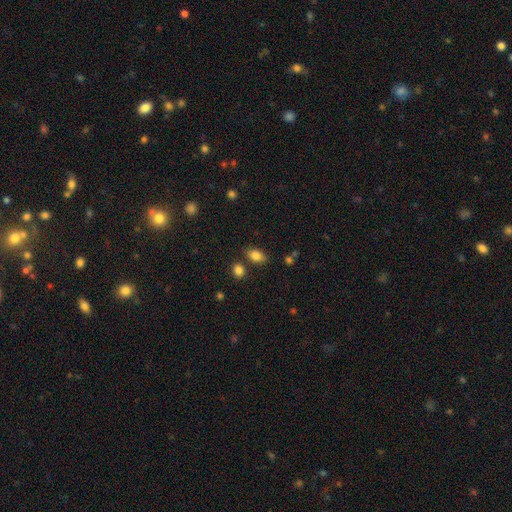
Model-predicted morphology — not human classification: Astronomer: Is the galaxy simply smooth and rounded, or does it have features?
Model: smooth — 84%.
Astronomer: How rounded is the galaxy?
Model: in between — 83%.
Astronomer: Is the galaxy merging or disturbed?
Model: none — 76%.